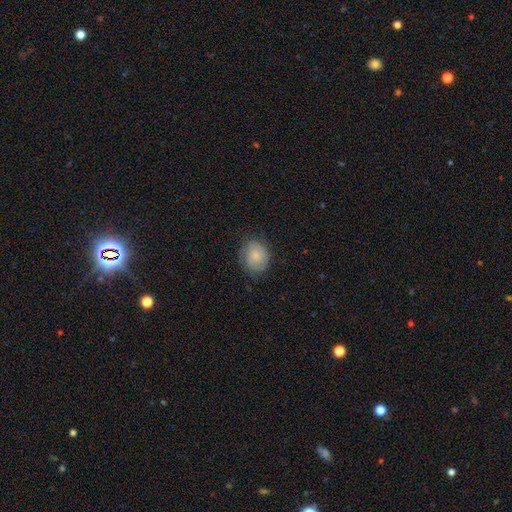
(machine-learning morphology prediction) A smooth galaxy with no disk features (68%) that is round (63%).

Vote fractions:
- Smooth or featured? smooth: 68% / featured or disk: 24% / star or artifact: 8%
- How rounded? round: 63% / in between: 36% / cigar-shaped: 1%
- Merging? none: 75% / minor disturbance: 19% / major disturbance: 5% / merger: 1%